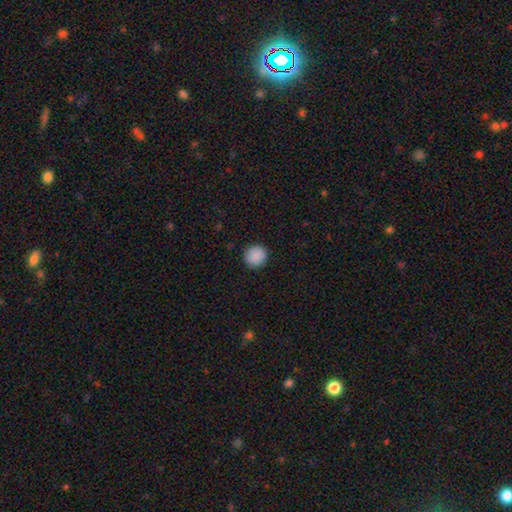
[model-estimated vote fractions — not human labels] This appears to be a smooth galaxy with no disk features (89%) that is round (93%). Merging: none (92%).